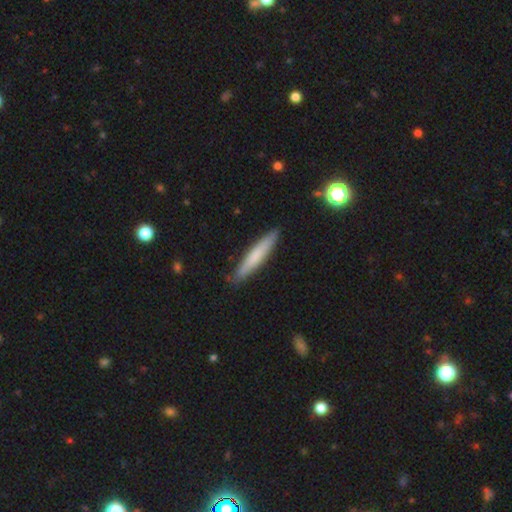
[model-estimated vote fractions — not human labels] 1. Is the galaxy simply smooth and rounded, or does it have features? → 69% smooth, 26% featured or disk, 5% star or artifact.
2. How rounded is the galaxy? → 93% cigar-shaped, 6% in between, 1% round.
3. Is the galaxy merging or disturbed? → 88% none, 9% minor disturbance, 2% major disturbance, 1% merger.